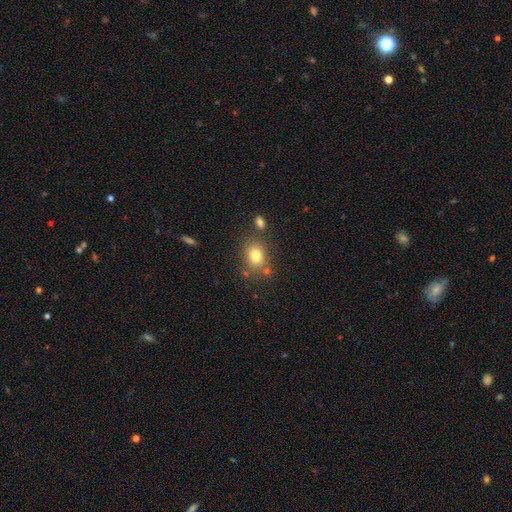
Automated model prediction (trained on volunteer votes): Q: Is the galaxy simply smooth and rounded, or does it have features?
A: smooth — 78%.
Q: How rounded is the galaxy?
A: in between — 51%.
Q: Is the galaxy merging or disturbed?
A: none — 71%.